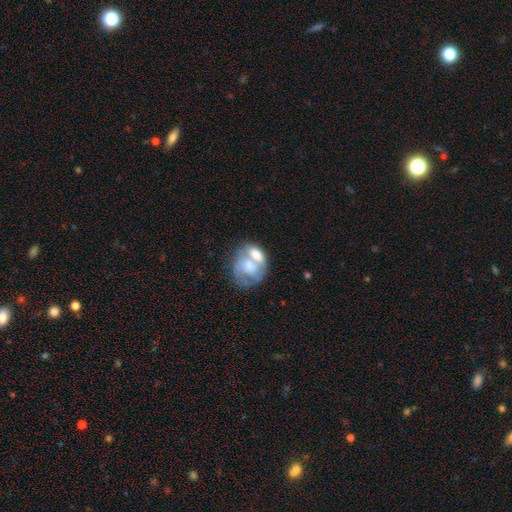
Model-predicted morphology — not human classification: Smooth or featured? Predicted: smooth (p=0.55). How rounded? Predicted: round (p=0.51). Merging? Predicted: merger (p=0.54).